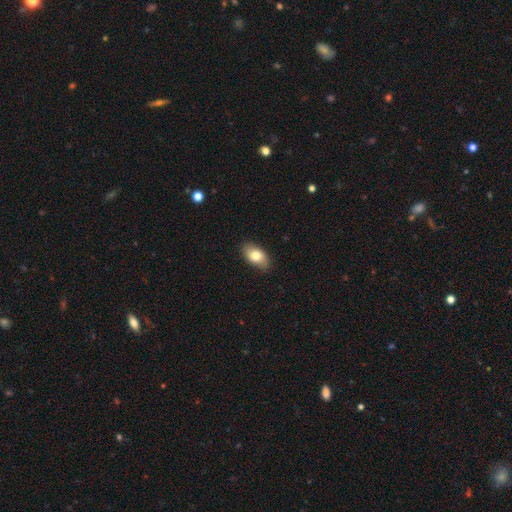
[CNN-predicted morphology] A smooth galaxy with no disk features (79%) that is in between round and cigar-shaped (92%). Merging: none (85%).